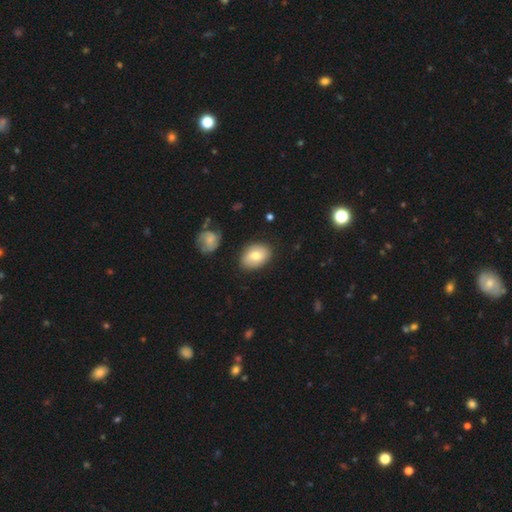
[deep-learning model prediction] A smooth galaxy with no disk features (73%) that is in between round and cigar-shaped (77%). Merging: none (81%).